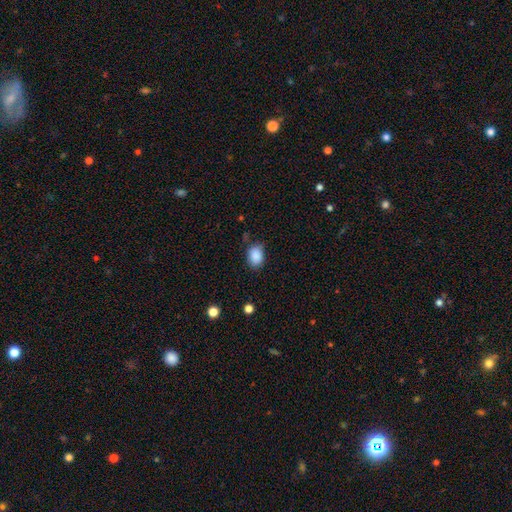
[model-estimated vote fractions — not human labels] Smooth or featured: smooth — 88% (star or artifact — 8%)
How rounded: in between — 72% (round — 27%)
Merging: none — 74% (minor disturbance — 19%)